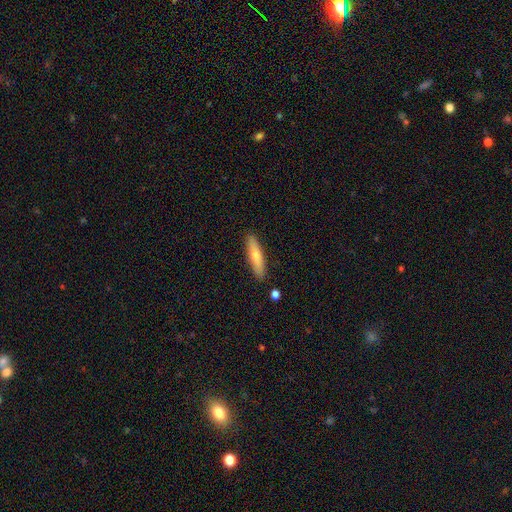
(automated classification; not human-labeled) This appears to be a smooth galaxy with no disk features (68%) that is cigar-shaped (76%). Merging: none (87%).